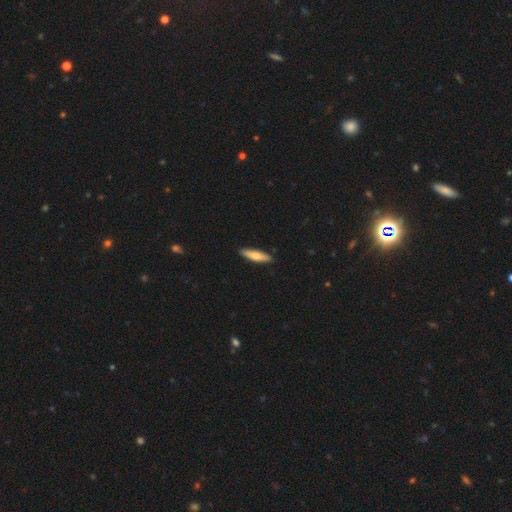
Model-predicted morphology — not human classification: A smooth galaxy with no disk features (70%) that is cigar-shaped (74%).

Vote fractions:
- Smooth or featured? smooth: 70% / featured or disk: 24% / star or artifact: 5%
- How rounded? cigar-shaped: 74% / in between: 24% / round: 2%
- Merging? none: 90% / minor disturbance: 8% / major disturbance: 1% / merger: 1%